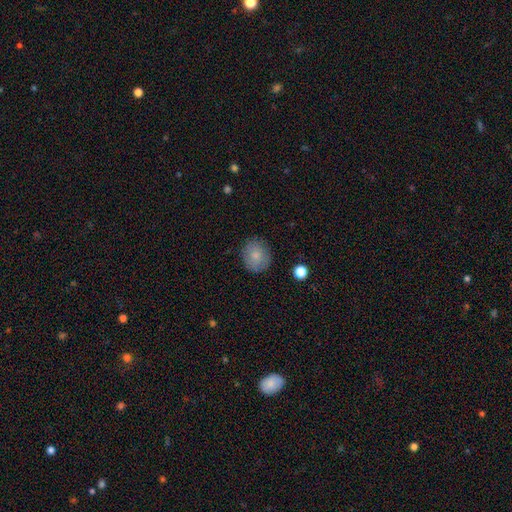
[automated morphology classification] smooth-or-featured: smooth: 80% | featured or disk: 12% | star or artifact: 8%
  how-rounded: round: 75% | in between: 24% | cigar-shaped: 1%
  merging: none: 83% | minor disturbance: 12% | major disturbance: 3% | merger: 1%